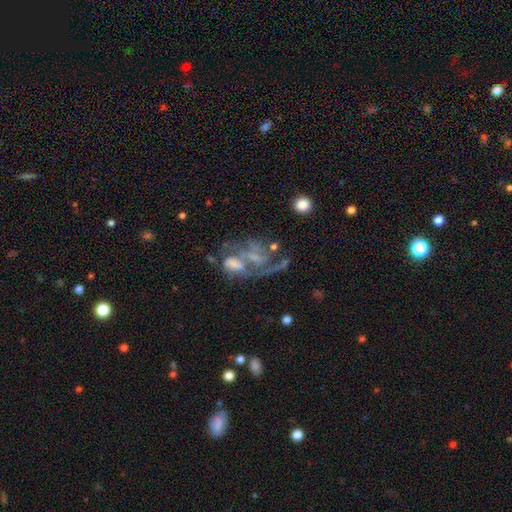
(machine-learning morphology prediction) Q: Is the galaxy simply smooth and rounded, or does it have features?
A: featured or disk — 69%.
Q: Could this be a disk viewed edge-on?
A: no — 97%.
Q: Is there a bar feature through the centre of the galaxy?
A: no — 62%.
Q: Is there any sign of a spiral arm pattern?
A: yes — 63%.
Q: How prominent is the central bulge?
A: none — 44%.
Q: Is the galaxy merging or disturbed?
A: major disturbance — 33%.